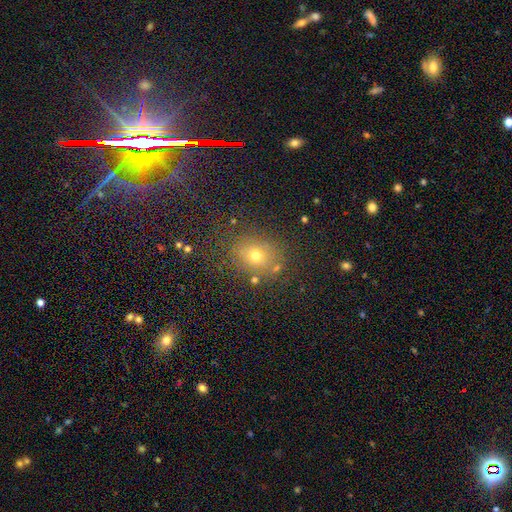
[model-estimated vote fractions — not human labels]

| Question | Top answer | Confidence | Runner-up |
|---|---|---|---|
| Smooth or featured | smooth | 67% | star or artifact (22%) |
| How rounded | round | 65% | in between (34%) |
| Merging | none | 78% | minor disturbance (12%) |